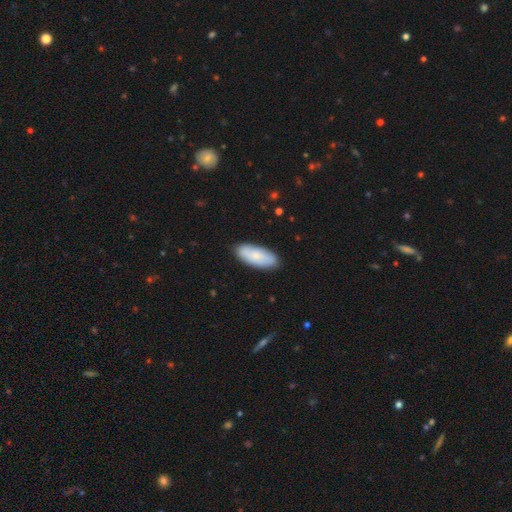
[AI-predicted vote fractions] The model was most divided on "smooth or featured": smooth: 73%, featured or disk: 21%, star or artifact: 6%. More confident: merging — none (87%); how rounded — in between (82%).